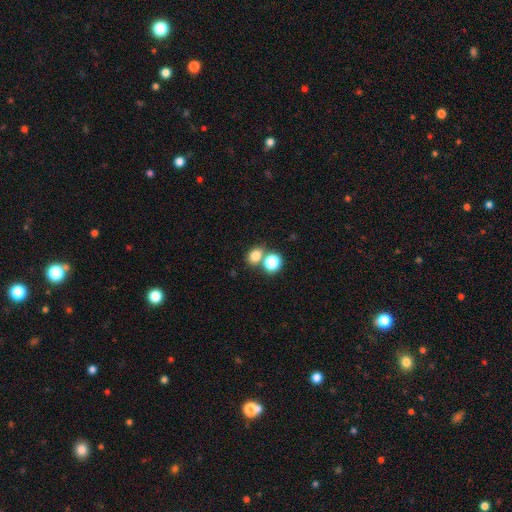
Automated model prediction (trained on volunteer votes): Q: Smooth or featured?
A: smooth (78%); runner-up: star or artifact (14%)
Q: How rounded?
A: round (57%); runner-up: in between (42%)
Q: Merging?
A: none (56%); runner-up: merger (32%)